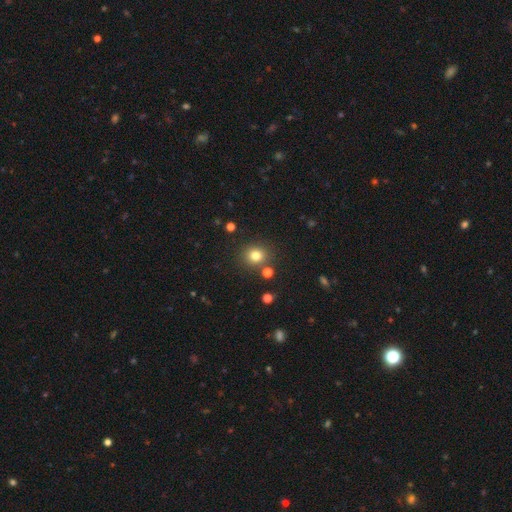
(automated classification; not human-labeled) This appears to be a smooth galaxy with no disk features (79%) that is round (86%). Merging: none (83%).